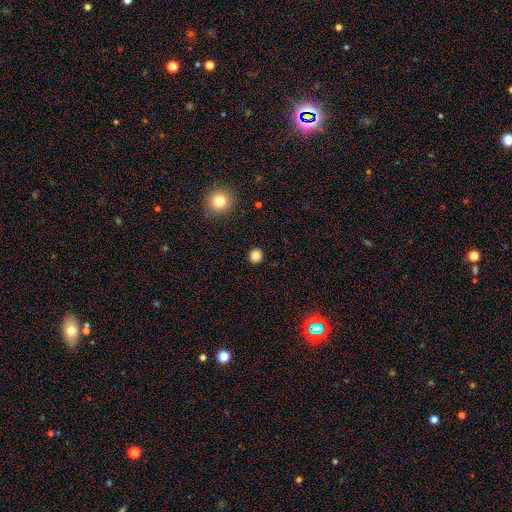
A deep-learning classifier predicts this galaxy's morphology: A smooth galaxy with no disk features (82%) that is round (93%). Merging: none (93%).